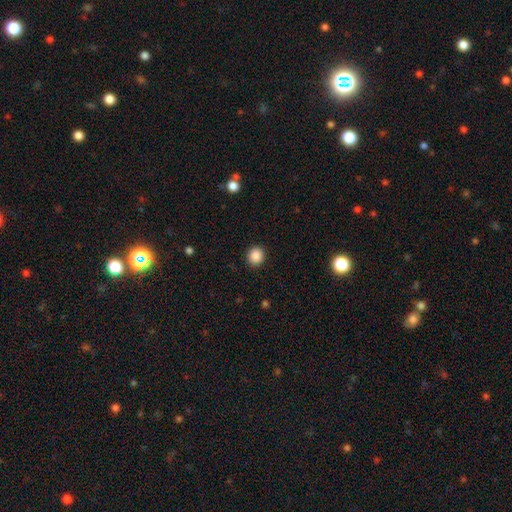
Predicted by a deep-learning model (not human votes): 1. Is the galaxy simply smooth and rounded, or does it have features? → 88% smooth, 10% star or artifact, 3% featured or disk.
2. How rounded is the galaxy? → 88% round, 11% in between, 1% cigar-shaped.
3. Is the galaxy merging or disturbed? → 92% none, 6% minor disturbance, 2% major disturbance, 1% merger.